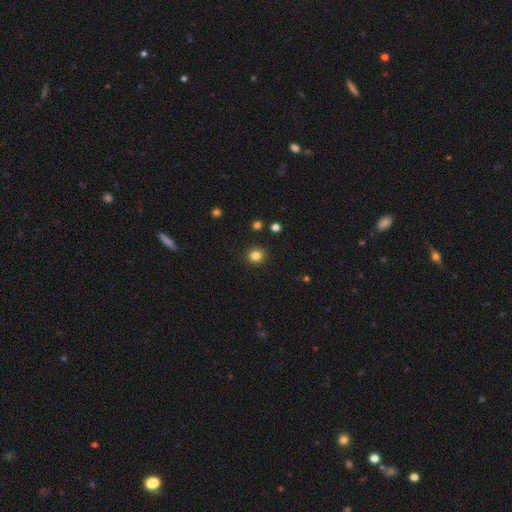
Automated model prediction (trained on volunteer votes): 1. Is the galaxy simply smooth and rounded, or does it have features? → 82% smooth, 13% star or artifact, 4% featured or disk.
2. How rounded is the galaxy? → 93% round, 7% in between, 1% cigar-shaped.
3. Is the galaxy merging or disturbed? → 92% none, 5% minor disturbance, 2% major disturbance, 1% merger.